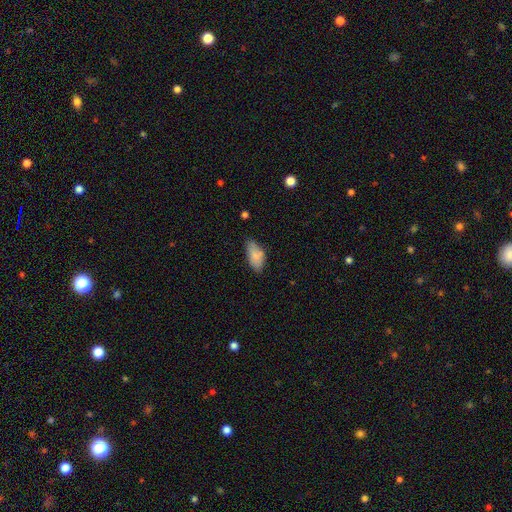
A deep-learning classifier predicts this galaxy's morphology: The model was most divided on "merging": none: 63%, minor disturbance: 28%, major disturbance: 6%, merger: 3%. More confident: how rounded — in between (91%); smooth or featured — smooth (82%).